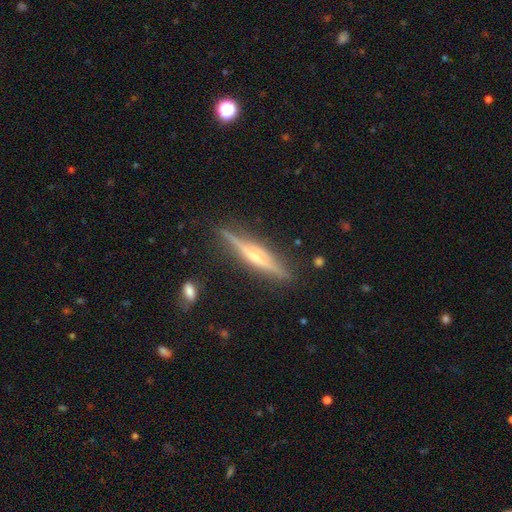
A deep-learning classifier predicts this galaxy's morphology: type=featured or disk (76%); edge-on=yes (97%); edge-on bulge=rounded (69%); merging=none (86%).